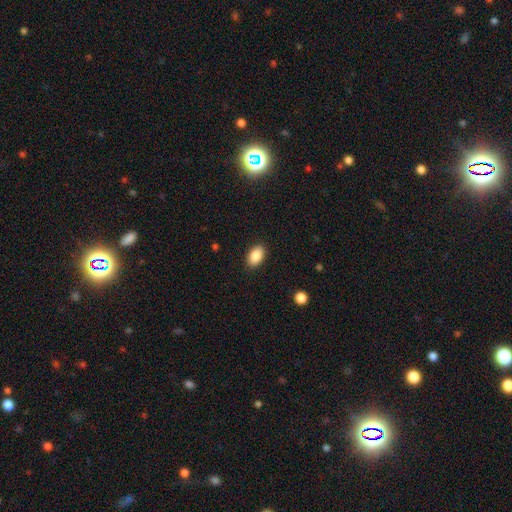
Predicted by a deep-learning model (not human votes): This appears to be a smooth galaxy with no disk features (88%) that is in between round and cigar-shaped (92%). Merging: none (89%).